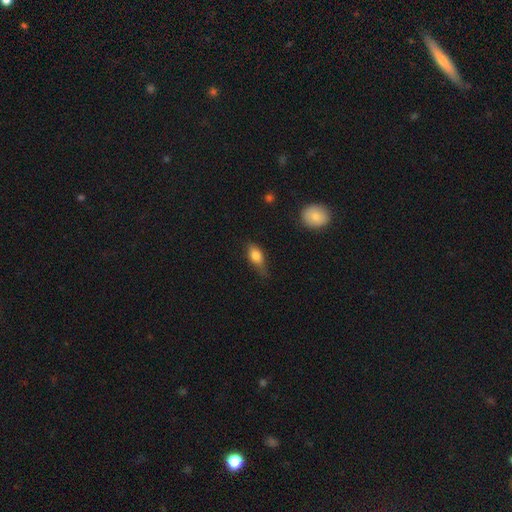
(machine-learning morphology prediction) Smooth or featured? Predicted: smooth (p=0.79). How rounded? Predicted: in between (p=0.82). Merging? Predicted: none (p=0.53).